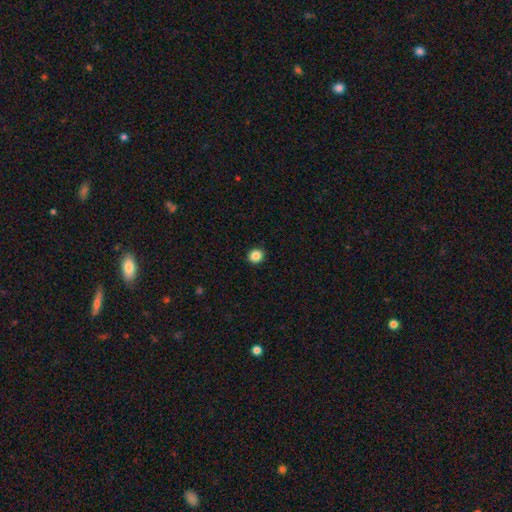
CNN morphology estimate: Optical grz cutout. It shows a smooth galaxy with no disk features (86%) that is round (89%). Merging: none (93%).